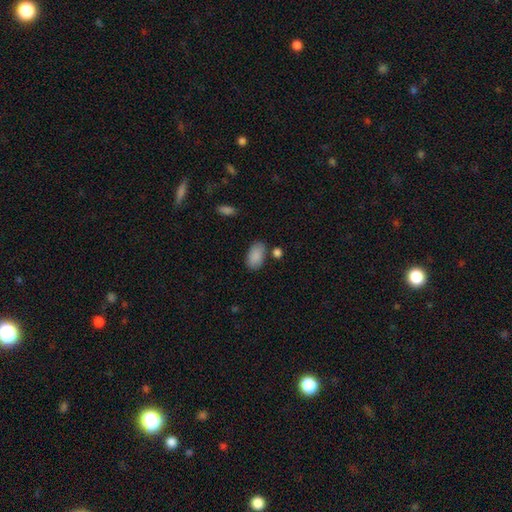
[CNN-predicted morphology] This appears to be a smooth galaxy with no disk features (88%) that is in between round and cigar-shaped (94%). Merging: none (73%).